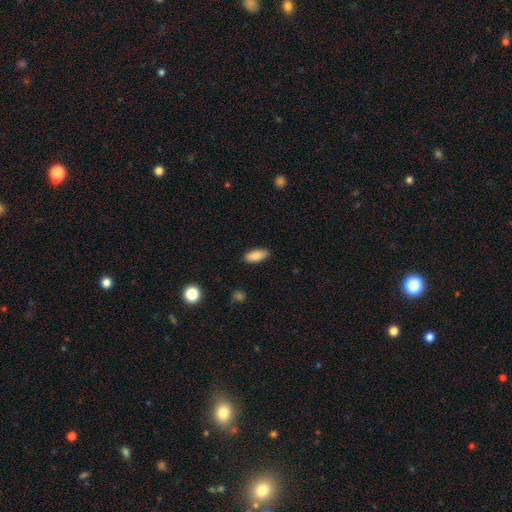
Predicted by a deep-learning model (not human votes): Smooth or featured? smooth (88%)
How rounded? in between (87%)
Merging? none (87%)